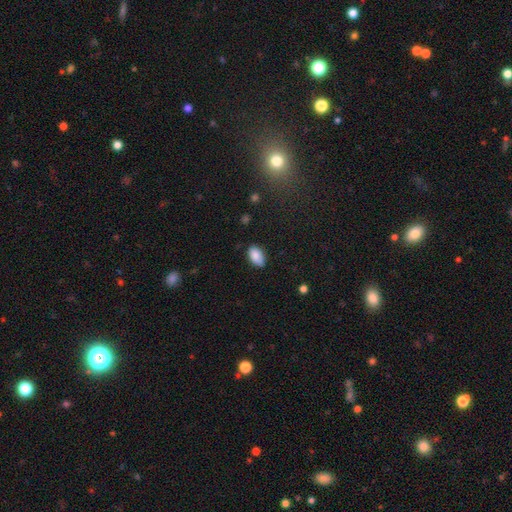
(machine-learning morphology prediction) smooth 86%, star or artifact 7%, featured or disk 7%. Down the decision tree: how rounded — in between (94%); merging — none (77%).